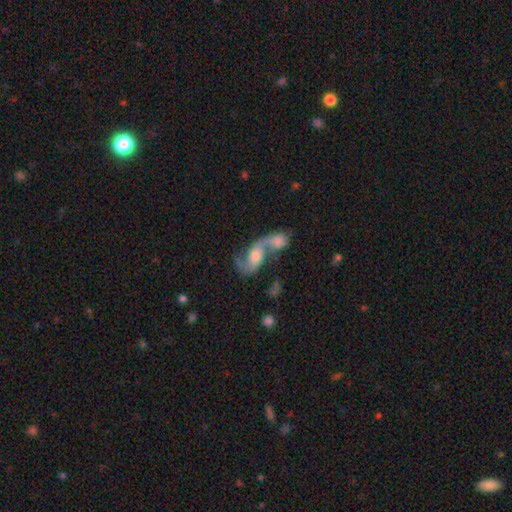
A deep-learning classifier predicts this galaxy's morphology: Q: Smooth or featured?
A: featured or disk (77%); runner-up: smooth (16%)
Q: Edge-on disk?
A: no (96%); runner-up: yes (4%)
Q: Bar?
A: no (55%); runner-up: weak (34%)
Q: Spiral arms?
A: yes (91%); runner-up: no (9%)
Q: Spiral winding?
A: loose (64%); runner-up: medium (29%)
Q: Spiral arm count?
A: 2 (87%); runner-up: 1 (6%)
Q: Bulge size?
A: moderate (49%); runner-up: small (22%)
Q: Merging?
A: merger (64%); runner-up: none (20%)